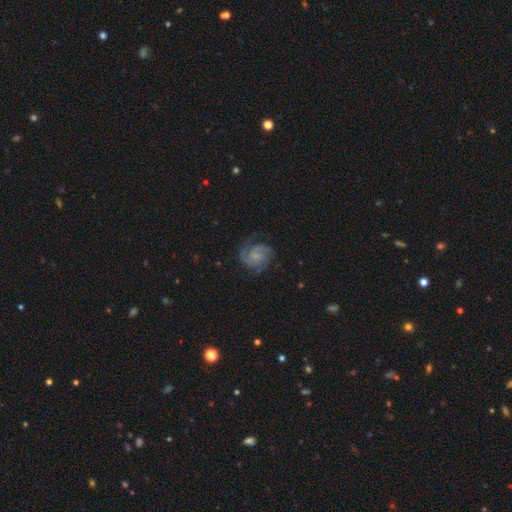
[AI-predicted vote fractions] Smooth or featured: featured or disk — 79% (smooth — 14%)
Edge-on disk: no — 98% (yes — 2%)
Bar: no — 54% (weak — 40%)
Spiral arms: yes — 96% (no — 4%)
Spiral winding: medium — 45% (tight — 42%)
Spiral arm count: 2 — 55% (3 — 19%)
Bulge size: small — 49% (none — 31%)
Merging: none — 70% (minor disturbance — 18%)